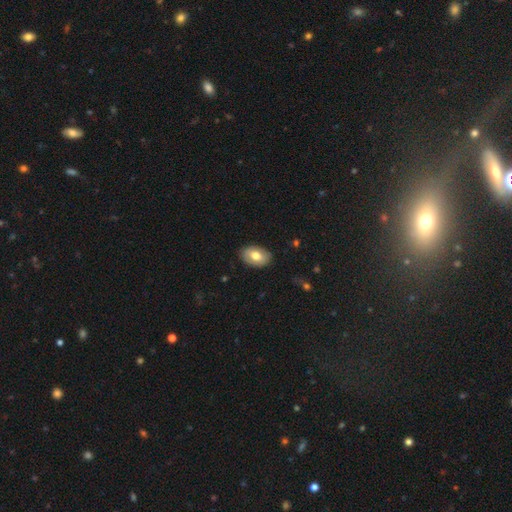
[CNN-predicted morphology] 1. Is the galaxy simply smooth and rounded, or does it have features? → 70% smooth, 24% featured or disk, 6% star or artifact.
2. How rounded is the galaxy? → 88% in between, 11% round, 1% cigar-shaped.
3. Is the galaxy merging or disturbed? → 86% none, 11% minor disturbance, 2% major disturbance, 1% merger.